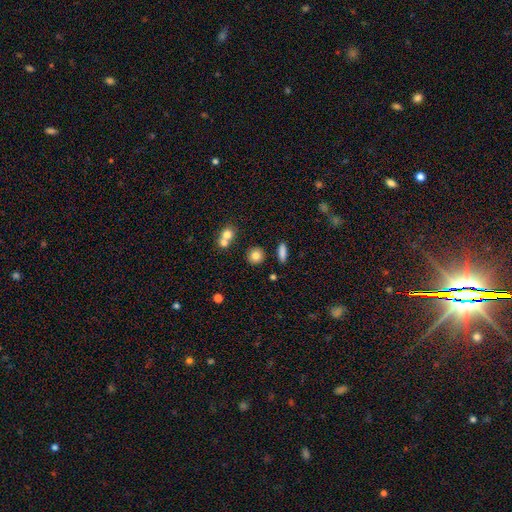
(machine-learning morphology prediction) smooth-or-featured: smooth: 80% | star or artifact: 11% | featured or disk: 9%
  how-rounded: round: 86% | in between: 12% | cigar-shaped: 2%
  merging: none: 78% | merger: 11% | minor disturbance: 8% | major disturbance: 3%